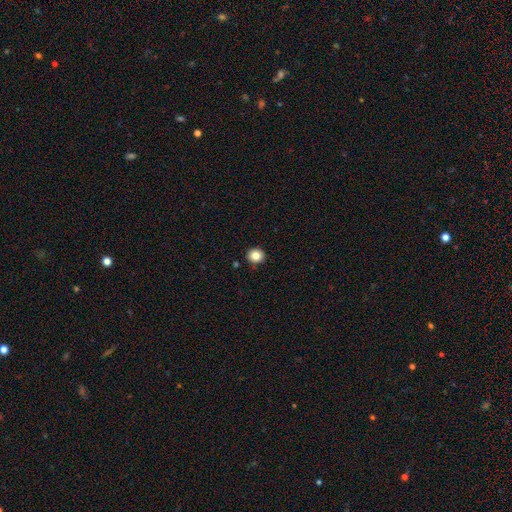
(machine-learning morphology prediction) Smooth or featured?
  - smooth: 84% *
  - star or artifact: 10%
  - featured or disk: 6%
How rounded?
  - round: 85% *
  - in between: 15%
  - cigar-shaped: 1%
Merging?
  - none: 91% *
  - minor disturbance: 6%
  - major disturbance: 2%
  - merger: 1%